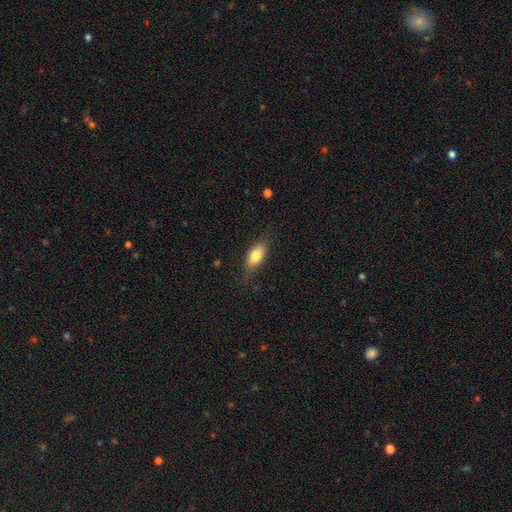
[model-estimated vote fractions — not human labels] A smooth galaxy with no disk features (78%) that is in between round and cigar-shaped (84%). Merging: none (76%).